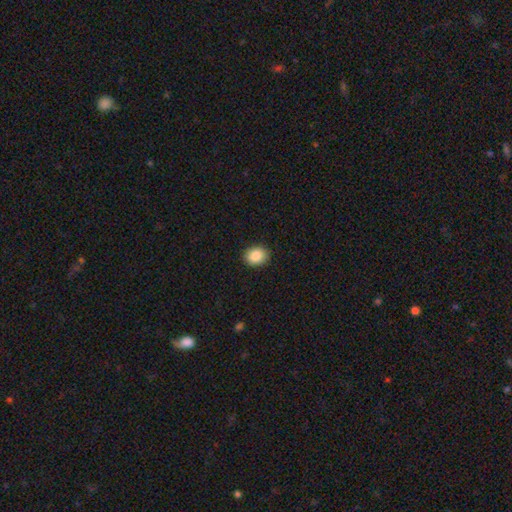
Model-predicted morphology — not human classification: Smooth or featured? smooth (88%)
How rounded? in between (51%)
Merging? none (90%)